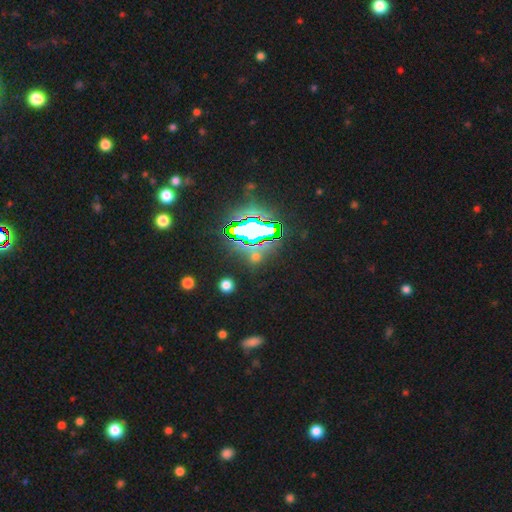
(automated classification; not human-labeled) Overall: star or artifact (66%).